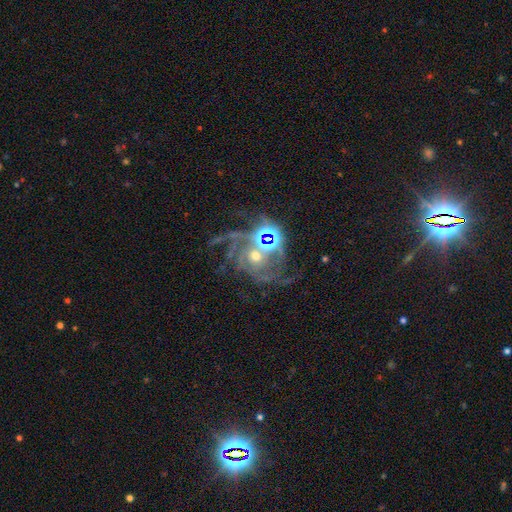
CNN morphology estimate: A featured or disk galaxy (68%) with no bar (69%), 3 (29%) medium (45%) spiral arms (92%) and a moderate central bulge (55%).

Vote fractions:
- Smooth or featured? featured or disk: 68% / star or artifact: 23% / smooth: 9%
- Edge-on disk? no: 97% / yes: 3%
- Bar? no: 69% / weak: 21% / strong: 10%
- Spiral arms? yes: 92% / no: 8%
- Spiral winding? medium: 45% / tight: 33% / loose: 21%
- Spiral arm count? 3: 29% / 2: 28% / can't tell: 20% / 4: 10% / 1: 7% / more than 4: 7%
- Bulge size? moderate: 55% / small: 32% / large: 7% / none: 4% / dominant: 2%
- Merging? none: 39% / major disturbance: 26% / merger: 21% / minor disturbance: 15%